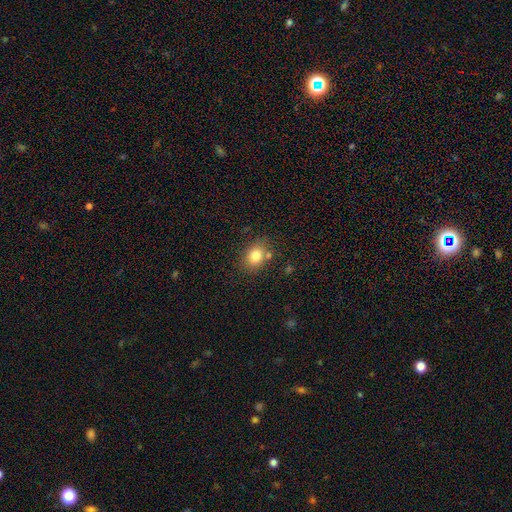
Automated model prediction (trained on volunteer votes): This appears to be a smooth galaxy with no disk features (81%) that is in between round and cigar-shaped (56%). Merging: none (73%).